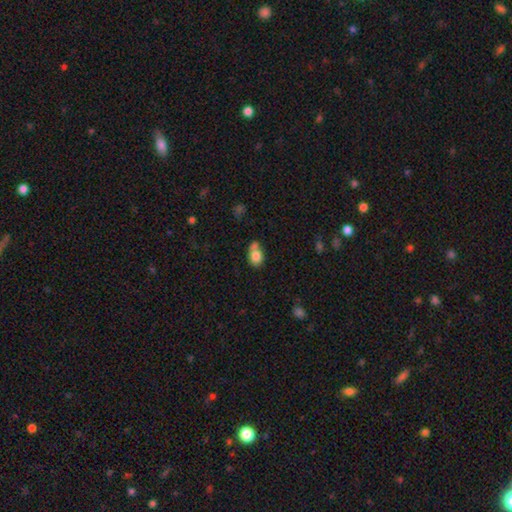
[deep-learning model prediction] This is likely a smooth galaxy (80%). How rounded: possibly in between (58%). Merging: marginally none (40%).